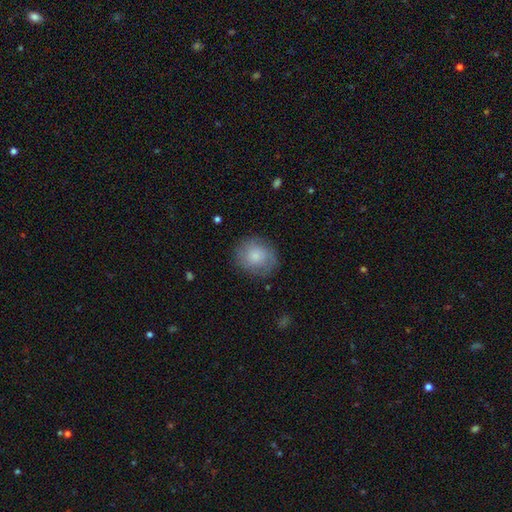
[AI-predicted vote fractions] This appears to be a smooth galaxy with no disk features (73%) that is round (80%). Merging: none (79%).